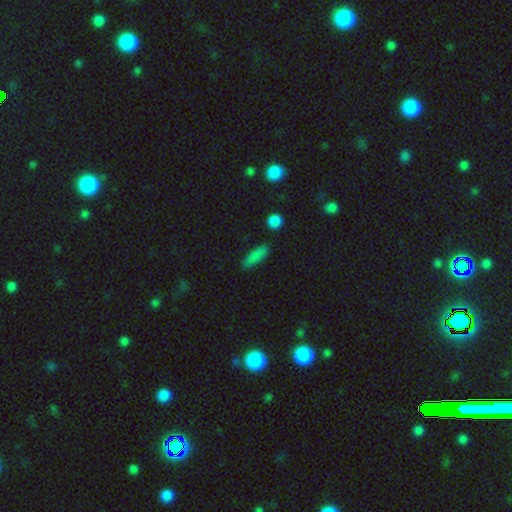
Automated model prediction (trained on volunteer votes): Q: Smooth or featured?
A: smooth (83%); runner-up: star or artifact (9%)
Q: How rounded?
A: cigar-shaped (52%); runner-up: in between (45%)
Q: Merging?
A: none (82%); runner-up: minor disturbance (12%)